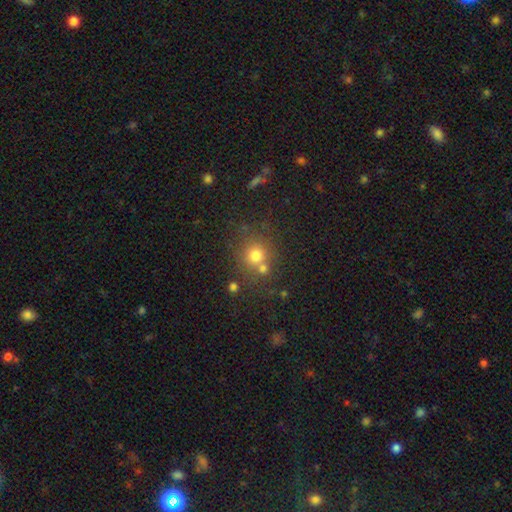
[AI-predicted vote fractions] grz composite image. It shows a smooth galaxy with no disk features (73%) that is round (88%). Merging: none (65%).